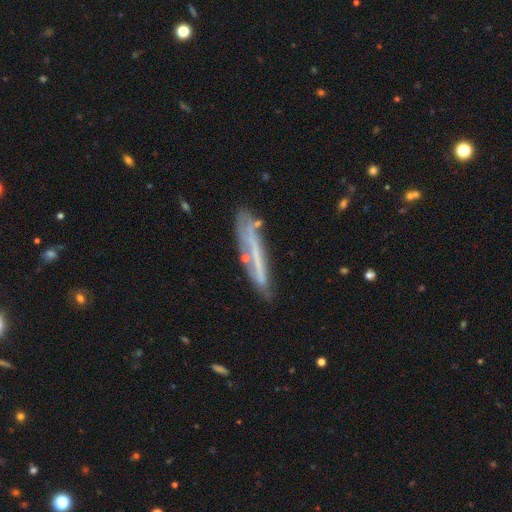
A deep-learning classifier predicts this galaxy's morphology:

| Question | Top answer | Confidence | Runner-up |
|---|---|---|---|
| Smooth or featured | featured or disk | 55% | smooth (36%) |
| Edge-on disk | yes | 67% | no (33%) |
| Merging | none | 63% | minor disturbance (22%) |